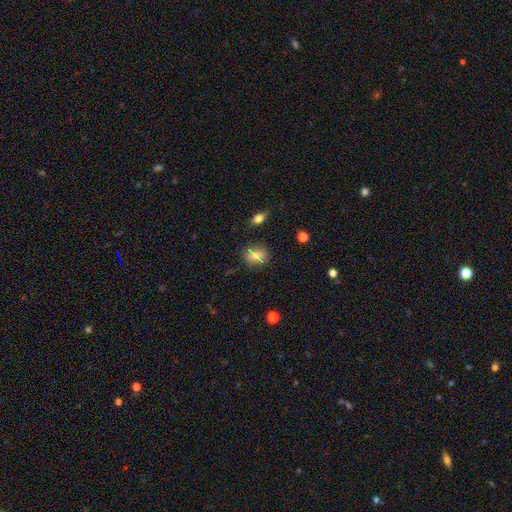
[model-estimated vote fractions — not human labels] This appears to be a smooth galaxy with no disk features (73%) that is in between round and cigar-shaped (51%). Merging: none (79%).